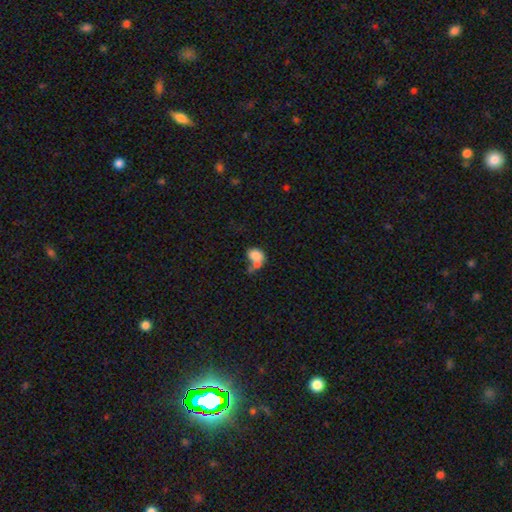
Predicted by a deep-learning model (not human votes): Smooth or featured?
  - smooth: 77% *
  - featured or disk: 14%
  - star or artifact: 9%
How rounded?
  - in between: 70% *
  - round: 28%
  - cigar-shaped: 1%
Merging?
  - merger: 58% *
  - none: 21%
  - minor disturbance: 11%
  - major disturbance: 9%